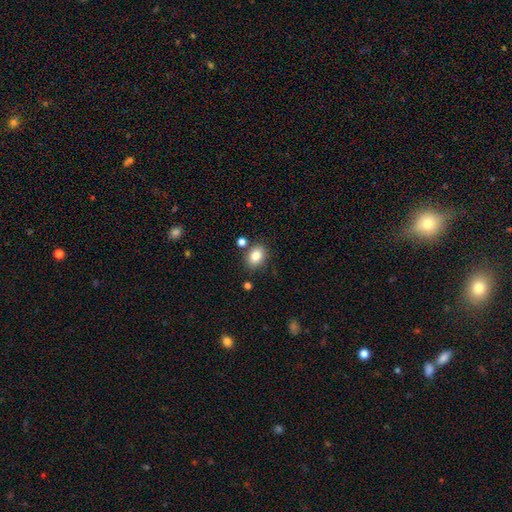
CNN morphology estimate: type=smooth (84%); roundness=in between (65%); merging=none (80%).